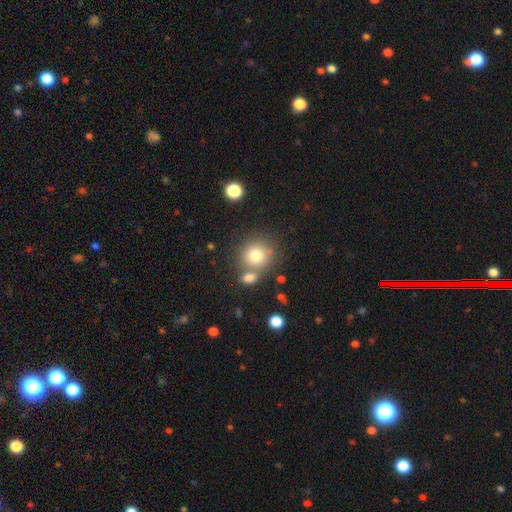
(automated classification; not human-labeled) Overall: smooth (78%). How rounded: round (86%). Merging: none (62%; merger 24%).